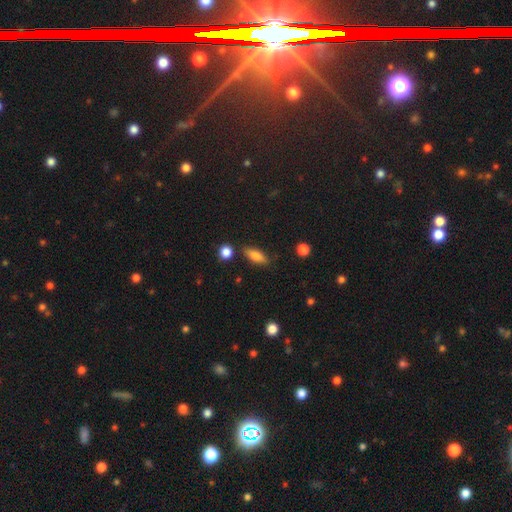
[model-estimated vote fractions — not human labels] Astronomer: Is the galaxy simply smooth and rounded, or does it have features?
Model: smooth — 80%.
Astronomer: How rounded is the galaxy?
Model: in between — 68%.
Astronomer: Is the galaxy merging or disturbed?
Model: none — 81%.